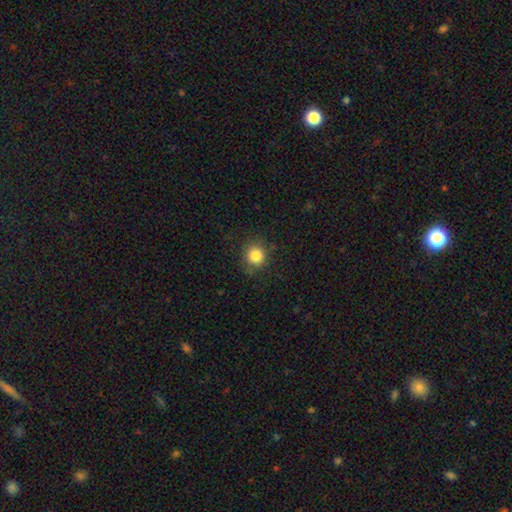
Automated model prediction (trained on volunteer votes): Smooth or featured? smooth (84%)
How rounded? round (90%)
Merging? none (85%)